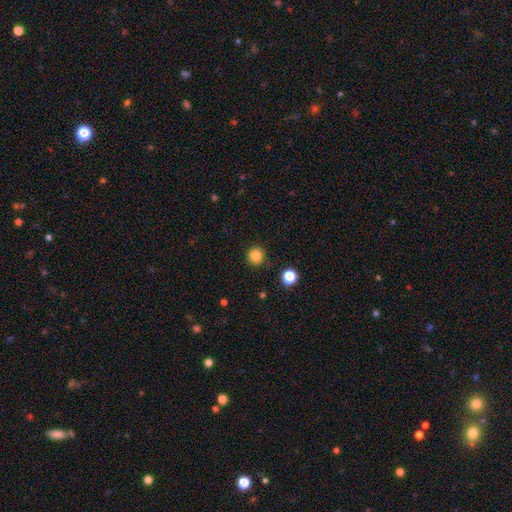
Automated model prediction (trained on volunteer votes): The model was most divided on "smooth or featured": smooth: 84%, star or artifact: 12%, featured or disk: 4%. More confident: how rounded — round (94%); merging — none (90%).